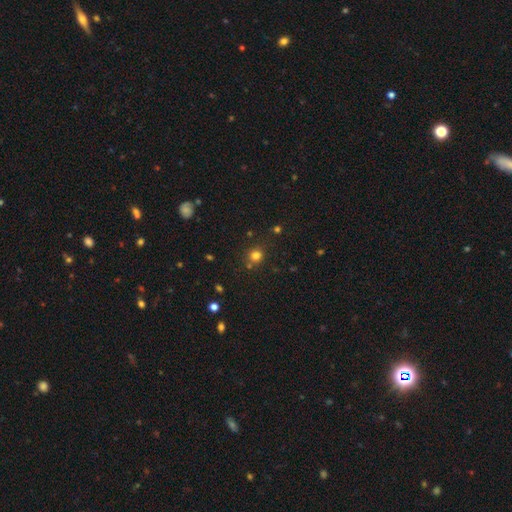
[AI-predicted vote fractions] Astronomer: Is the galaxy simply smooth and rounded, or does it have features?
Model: smooth — 77%.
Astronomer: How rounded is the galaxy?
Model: round — 88%.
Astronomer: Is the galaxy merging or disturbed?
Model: none — 78%.